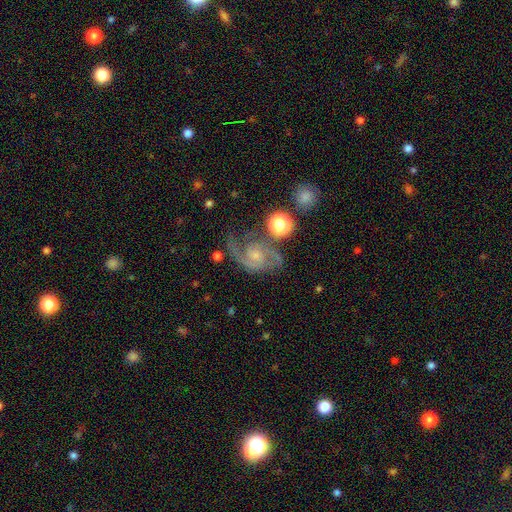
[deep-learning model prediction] This is clearly a featured or disk galaxy (88%). It is clearly not viewed edge-on (98%). Bar: possibly no (58%). Spiral arm pattern: clearly yes (98%). Spiral arm count: likely 2 (79%). Spiral winding: possibly medium (57%). Central bulge: possibly small (58%). Merging: likely none (62%).